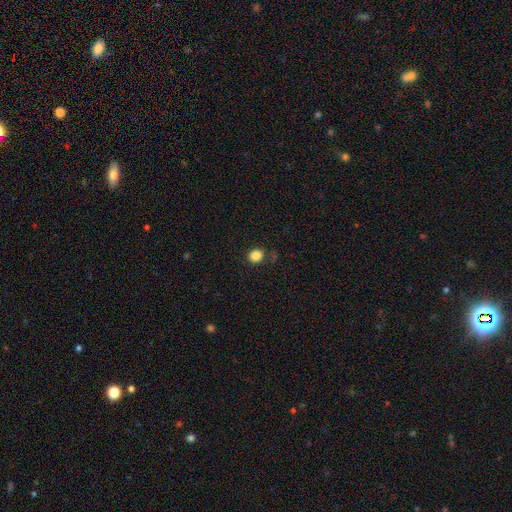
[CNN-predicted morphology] A smooth galaxy with no disk features (84%) that is round (76%). Merging: none (84%).